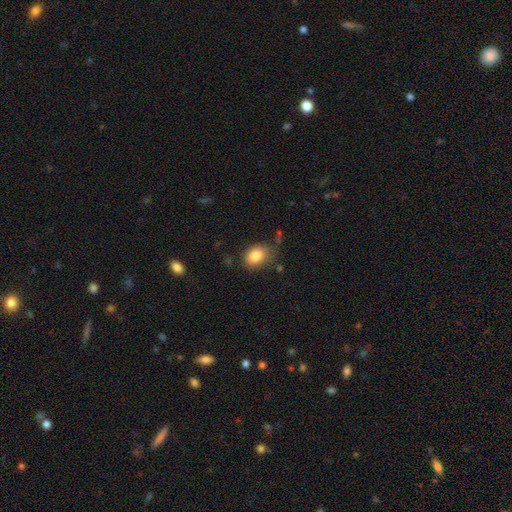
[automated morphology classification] type=smooth (85%); roundness=in between (73%); merging=none (70%).